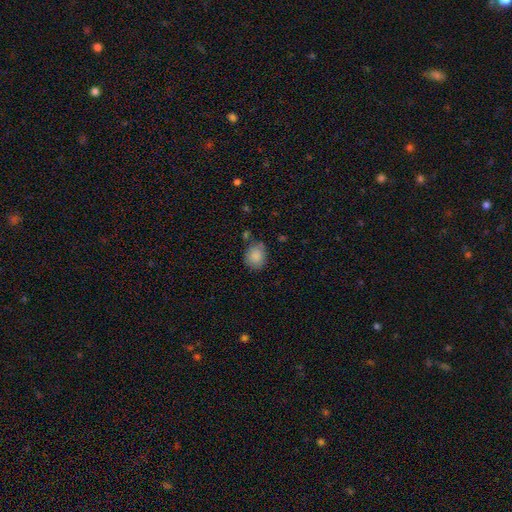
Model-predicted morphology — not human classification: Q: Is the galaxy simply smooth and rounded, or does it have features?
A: smooth — 87%.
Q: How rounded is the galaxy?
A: round — 61%.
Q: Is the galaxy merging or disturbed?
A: none — 73%.